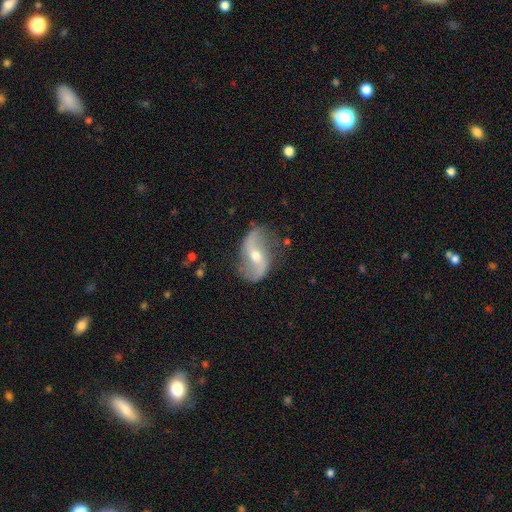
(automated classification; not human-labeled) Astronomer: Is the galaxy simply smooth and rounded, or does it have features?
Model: featured or disk — 86%.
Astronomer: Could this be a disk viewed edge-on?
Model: no — 96%.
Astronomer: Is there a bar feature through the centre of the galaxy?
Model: weak — 38% (runner-up: no, 34%).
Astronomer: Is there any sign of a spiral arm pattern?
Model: yes — 94%.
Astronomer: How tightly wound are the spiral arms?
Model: loose — 77%.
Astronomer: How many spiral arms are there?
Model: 2 — 93%.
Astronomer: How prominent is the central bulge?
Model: moderate — 56% (runner-up: small, 40%).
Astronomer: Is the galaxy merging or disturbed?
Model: none — 77%.